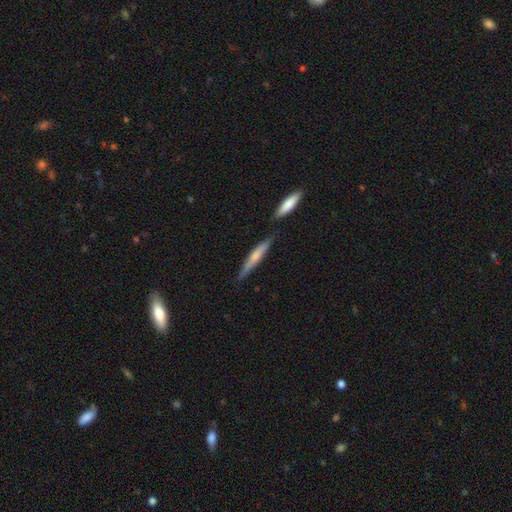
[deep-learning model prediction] Smooth or featured? Predicted: smooth (p=0.53). How rounded? Predicted: cigar-shaped (p=0.91). Merging? Predicted: none (p=0.72).